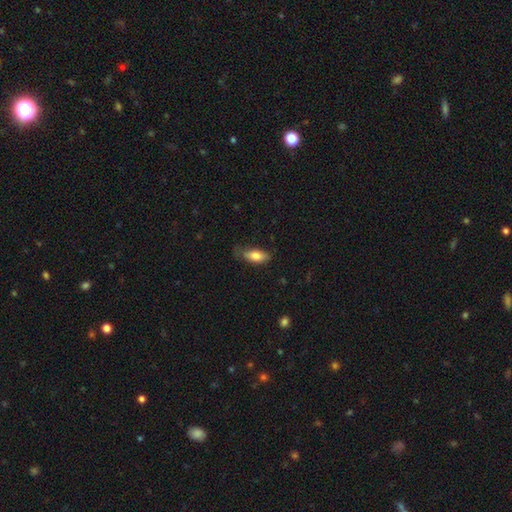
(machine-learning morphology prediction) The model was most divided on "merging": none: 60%, minor disturbance: 30%, major disturbance: 8%, merger: 2%. More confident: how rounded — in between (83%); smooth or featured — smooth (82%).